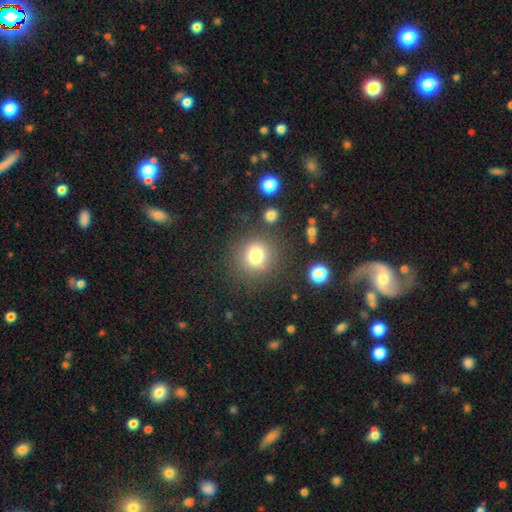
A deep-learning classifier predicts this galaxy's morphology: type=smooth (78%); roundness=round (89%); merging=none (81%).